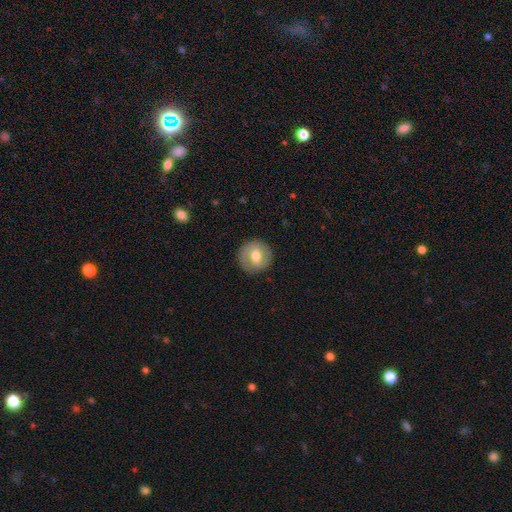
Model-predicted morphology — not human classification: type=smooth (57%); roundness=round (92%); merging=none (88%).